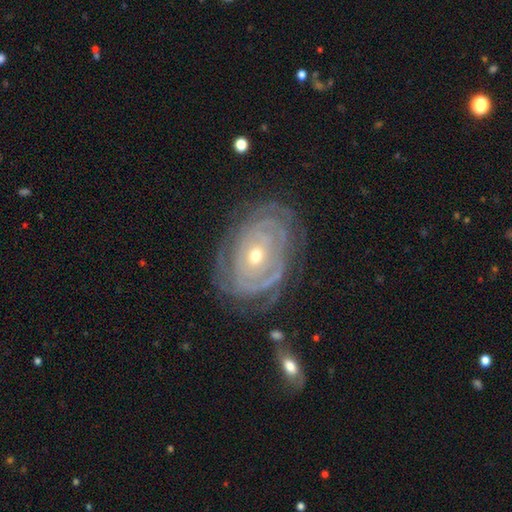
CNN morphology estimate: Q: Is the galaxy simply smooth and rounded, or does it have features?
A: featured or disk — 86%.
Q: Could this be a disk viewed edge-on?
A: no — 95%.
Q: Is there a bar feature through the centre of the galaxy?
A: no — 76%.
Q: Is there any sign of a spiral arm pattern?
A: yes — 90%.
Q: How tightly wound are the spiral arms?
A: tight — 85%.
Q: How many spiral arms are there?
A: can't tell — 42%.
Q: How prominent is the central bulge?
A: small — 52%.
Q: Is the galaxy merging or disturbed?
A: none — 74%.